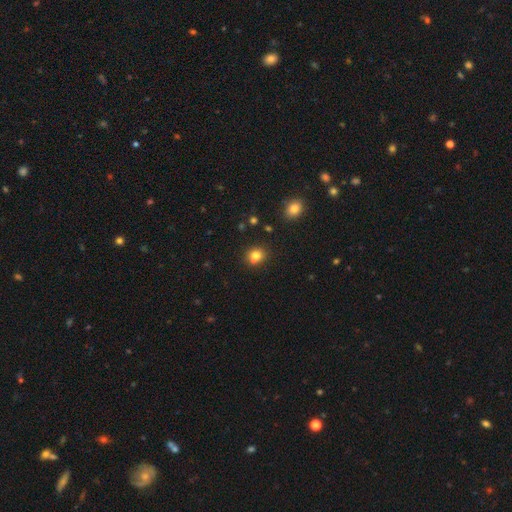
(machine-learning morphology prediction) Smooth or featured?
  - smooth: 79% *
  - star or artifact: 13%
  - featured or disk: 8%
How rounded?
  - round: 75% *
  - in between: 25%
  - cigar-shaped: 1%
Merging?
  - none: 69% *
  - merger: 14%
  - minor disturbance: 13%
  - major disturbance: 3%